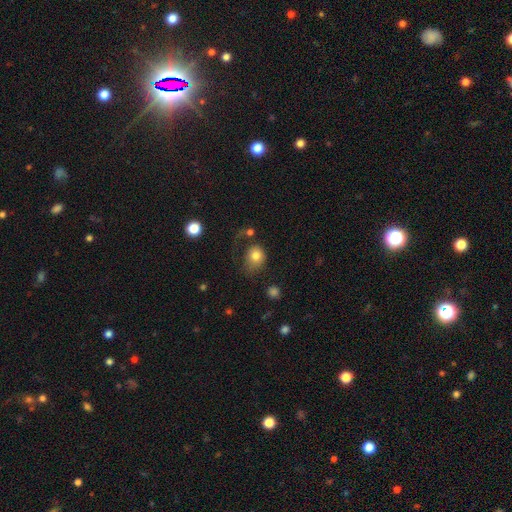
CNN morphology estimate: smooth_or_featured: smooth (p=0.79) [alt: featured or disk p=0.12]
how_rounded: round (p=0.55) [alt: in between p=0.44]
merging: none (p=0.39) [alt: major disturbance p=0.29]